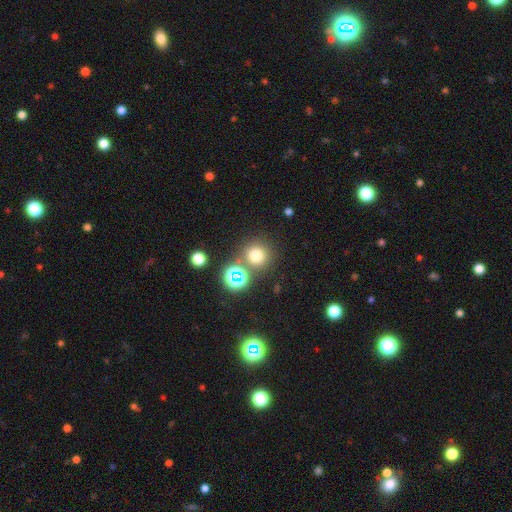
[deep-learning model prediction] Q: Smooth or featured?
A: smooth (70%); runner-up: star or artifact (23%)
Q: How rounded?
A: round (93%); runner-up: in between (6%)
Q: Merging?
A: none (75%); runner-up: merger (14%)